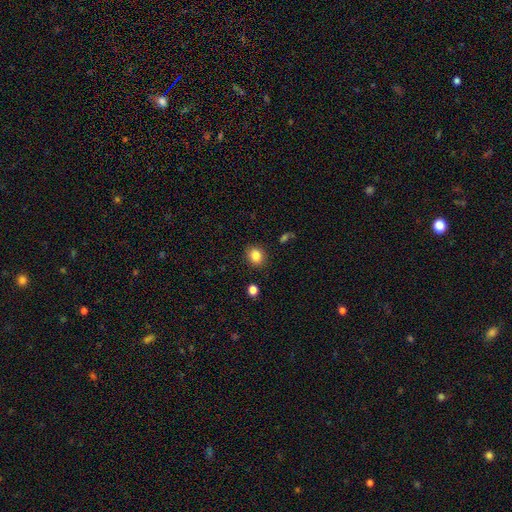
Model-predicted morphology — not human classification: Smooth or featured? Predicted: smooth (p=0.85). How rounded? Predicted: round (p=0.65). Merging? Predicted: none (p=0.88).